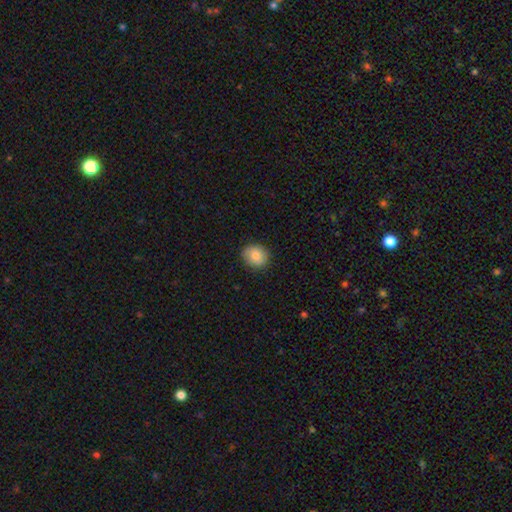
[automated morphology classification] This is clearly a smooth galaxy (85%). How rounded: likely round (70%). Merging: clearly none (87%).